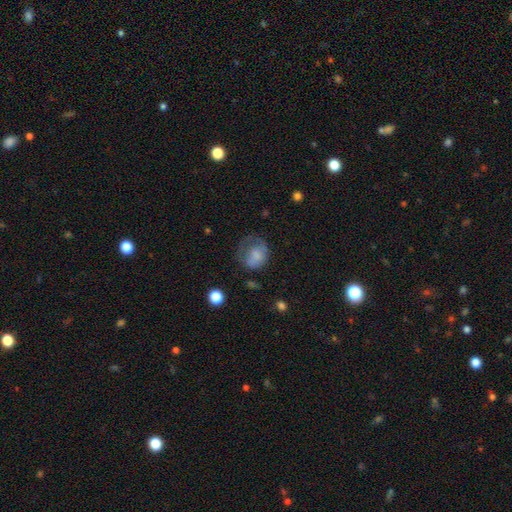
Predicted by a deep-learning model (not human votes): smooth_or_featured: smooth (p=0.67) [alt: featured or disk p=0.24]
how_rounded: round (p=0.59) [alt: in between p=0.40]
merging: major disturbance (p=0.37) [alt: none p=0.34]